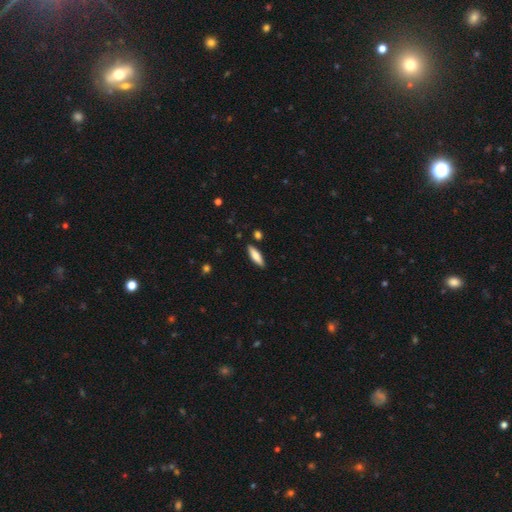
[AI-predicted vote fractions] The model was most divided on "how rounded": cigar-shaped: 58%, in between: 40%, round: 2%. More confident: merging — none (87%); smooth or featured — smooth (76%).